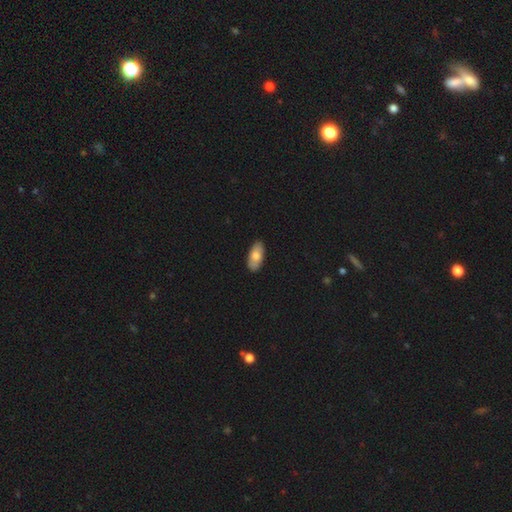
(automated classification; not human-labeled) smooth-or-featured: smooth: 76% | featured or disk: 18% | star or artifact: 6%
  how-rounded: in between: 90% | cigar-shaped: 7% | round: 2%
  merging: none: 89% | minor disturbance: 9% | major disturbance: 2% | merger: 1%